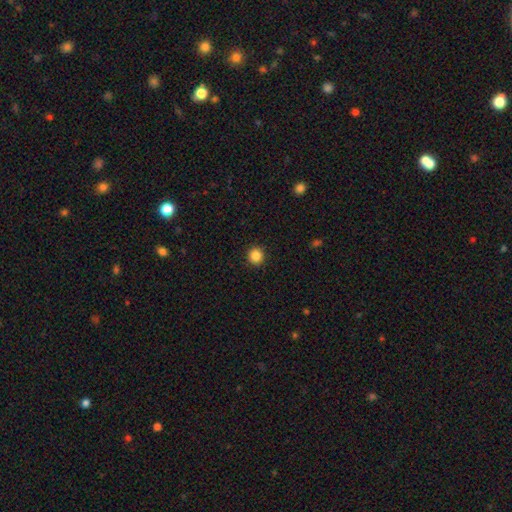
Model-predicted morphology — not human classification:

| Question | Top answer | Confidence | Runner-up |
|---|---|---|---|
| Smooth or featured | smooth | 86% | star or artifact (11%) |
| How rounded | round | 94% | in between (5%) |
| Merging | none | 93% | minor disturbance (5%) |